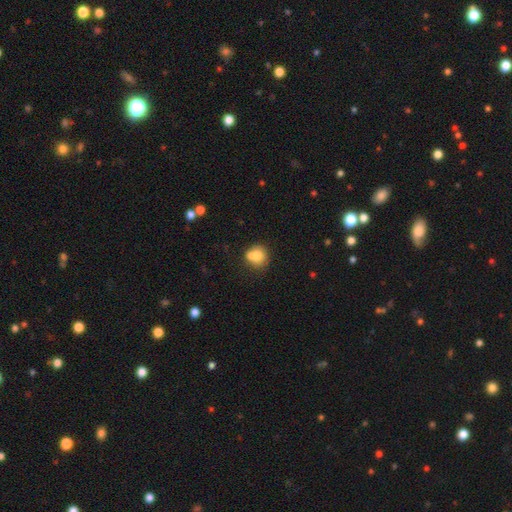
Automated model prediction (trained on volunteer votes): smooth 77%, featured or disk 13%, star or artifact 10%. Down the decision tree: how rounded — round (77%); merging — none (48%).